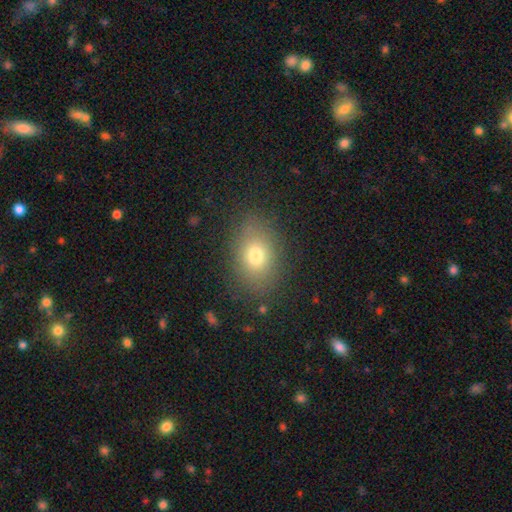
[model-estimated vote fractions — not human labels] A smooth galaxy with no disk features (76%) that is in between round and cigar-shaped (76%). Merging: none (83%).